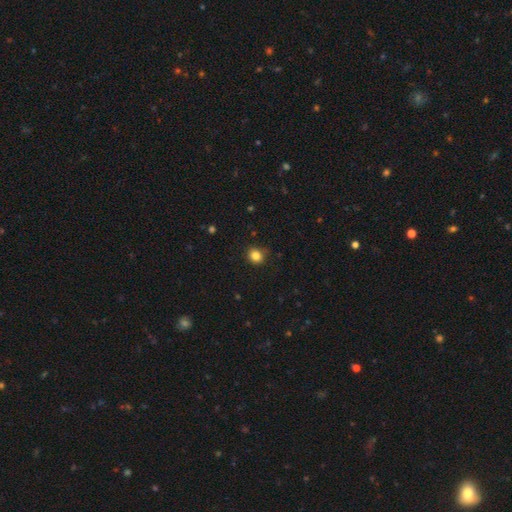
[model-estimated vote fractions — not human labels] Morphology: type=smooth (84%); roundness=round (87%); merging=none (87%).